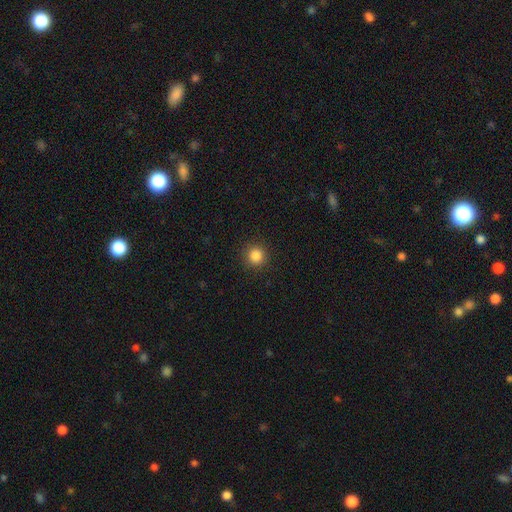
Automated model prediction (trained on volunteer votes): Smooth or featured?
  - smooth: 85% *
  - star or artifact: 12%
  - featured or disk: 4%
How rounded?
  - round: 95% *
  - in between: 4%
  - cigar-shaped: 1%
Merging?
  - none: 92% *
  - minor disturbance: 5%
  - major disturbance: 2%
  - merger: 1%